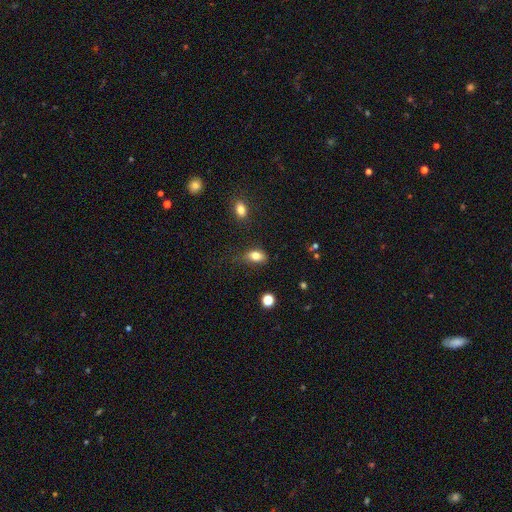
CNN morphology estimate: A smooth galaxy with no disk features (79%) that is in between round and cigar-shaped (83%). Merging: none (69%).